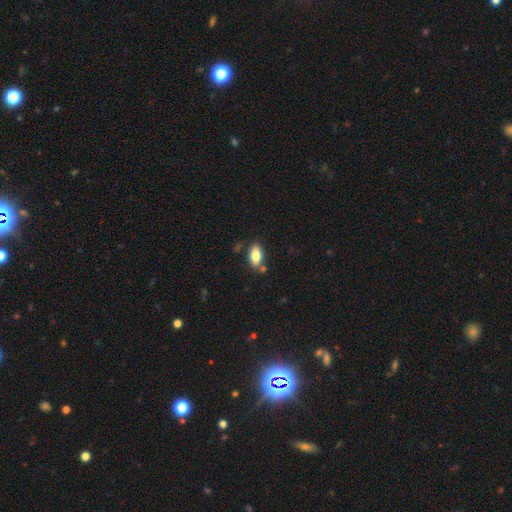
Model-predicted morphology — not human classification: This is clearly a smooth galaxy (81%). How rounded: clearly in between (91%). Merging: likely none (74%).